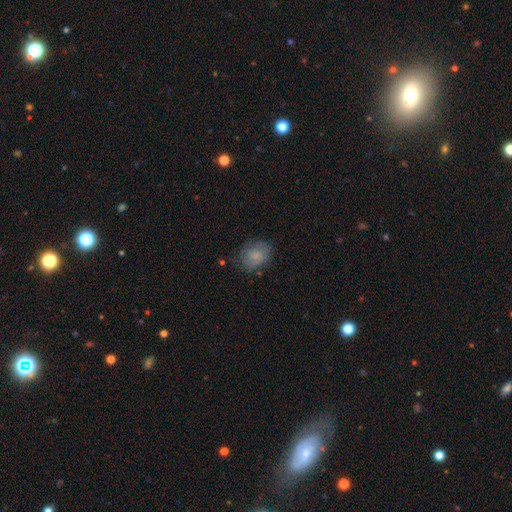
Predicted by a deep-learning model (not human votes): Smooth or featured?
  - smooth: 72% *
  - featured or disk: 19%
  - star or artifact: 9%
How rounded?
  - round: 51% *
  - in between: 48%
  - cigar-shaped: 1%
Merging?
  - none: 67% *
  - minor disturbance: 23%
  - major disturbance: 8%
  - merger: 2%